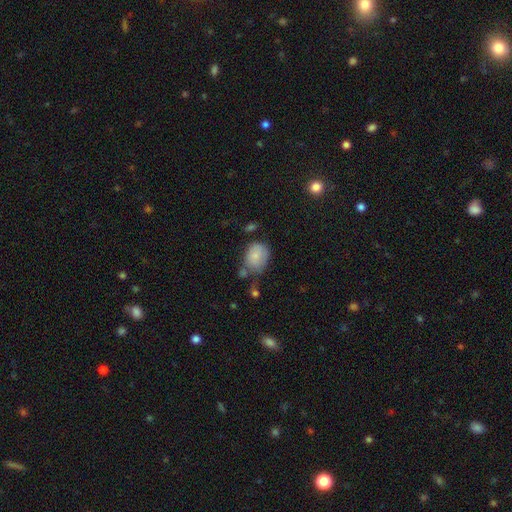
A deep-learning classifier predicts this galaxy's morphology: Smooth or featured?
  - smooth: 82% *
  - featured or disk: 10%
  - star or artifact: 8%
How rounded?
  - in between: 54% *
  - round: 45%
  - cigar-shaped: 1%
Merging?
  - none: 46% *
  - minor disturbance: 30%
  - merger: 12%
  - major disturbance: 11%